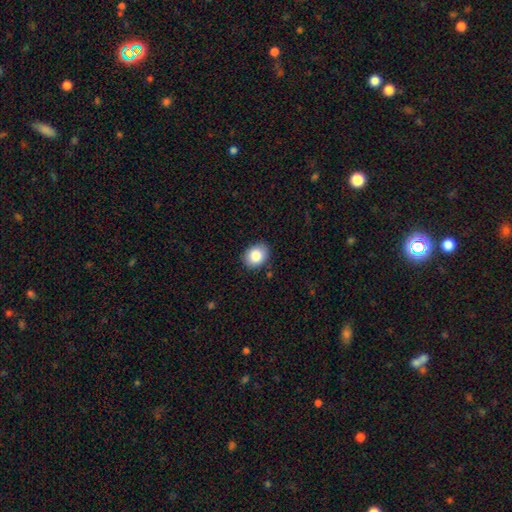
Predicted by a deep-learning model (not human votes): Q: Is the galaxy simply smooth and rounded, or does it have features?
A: smooth — 85%.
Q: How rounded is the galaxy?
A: in between — 52%.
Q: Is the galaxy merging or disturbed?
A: none — 86%.